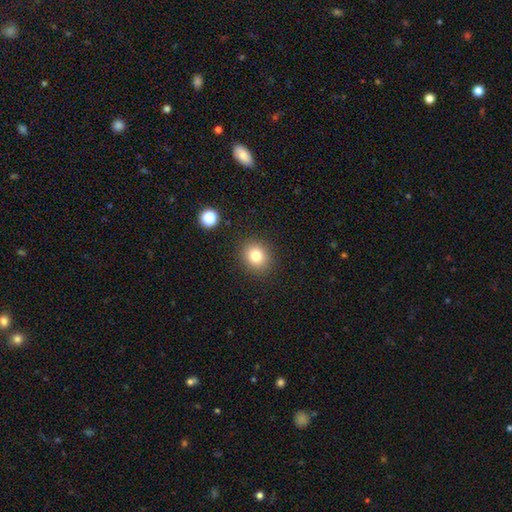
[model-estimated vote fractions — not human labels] Smooth or featured?
  - smooth: 80% *
  - star or artifact: 12%
  - featured or disk: 8%
How rounded?
  - round: 74% *
  - in between: 25%
  - cigar-shaped: 1%
Merging?
  - none: 88% *
  - minor disturbance: 7%
  - major disturbance: 3%
  - merger: 2%